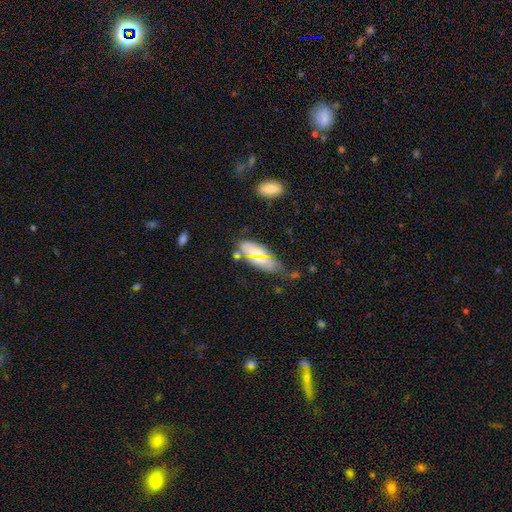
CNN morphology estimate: Overall: smooth (56%; featured or disk 29%). How rounded: in between (71%). Merging: none (64%).